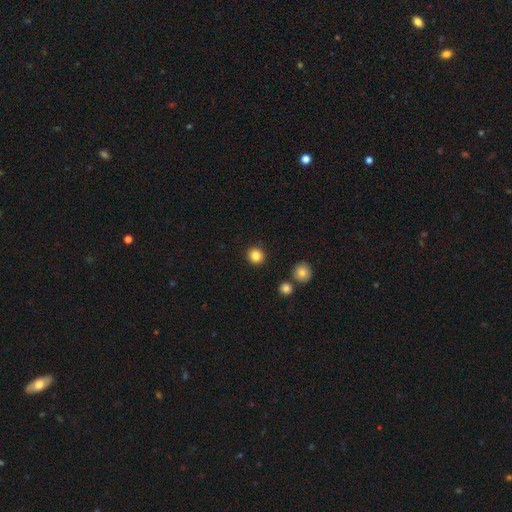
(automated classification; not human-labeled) smooth_or_featured: smooth (p=0.85) [alt: star or artifact p=0.11]
how_rounded: round (p=0.93) [alt: in between p=0.07]
merging: none (p=0.91) [alt: minor disturbance p=0.05]